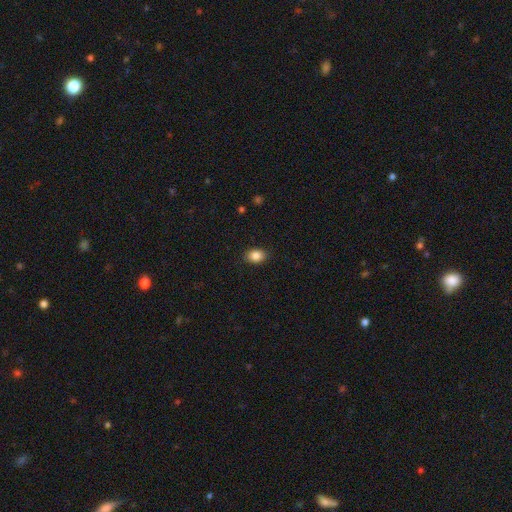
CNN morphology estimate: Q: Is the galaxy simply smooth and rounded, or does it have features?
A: smooth — 86%.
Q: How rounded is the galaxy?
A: in between — 73%.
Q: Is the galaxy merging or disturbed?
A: none — 88%.